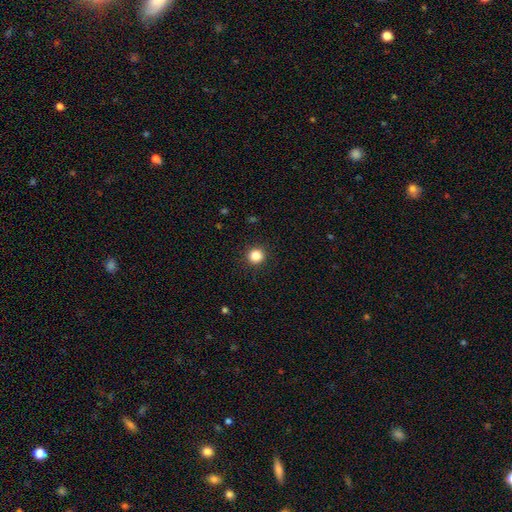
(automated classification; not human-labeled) Morphology: type=smooth (85%); roundness=round (94%); merging=none (92%).